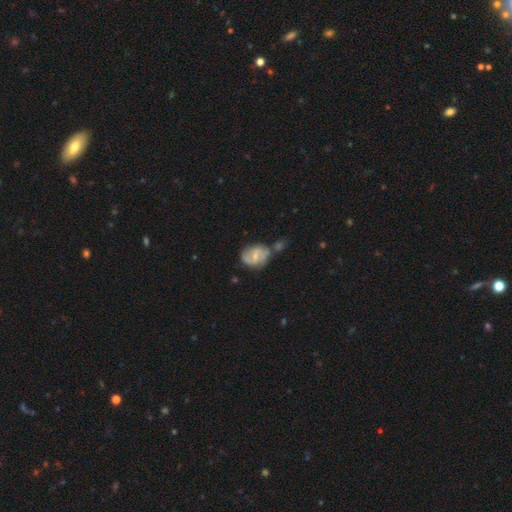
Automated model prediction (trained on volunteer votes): A featured or disk galaxy (59%) with a weak bar (52%), spiral arms (76%) and a small central bulge (51%). Merging: none (44%).